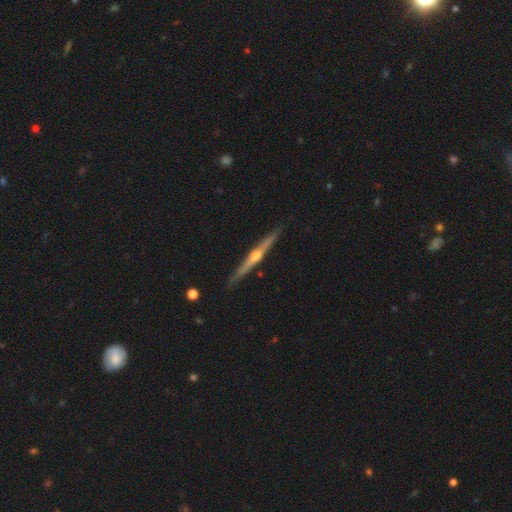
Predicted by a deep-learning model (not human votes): A featured or disk galaxy (81%) viewed edge-on (98%) with a rounded central bulge (89%). Merging: none (91%).